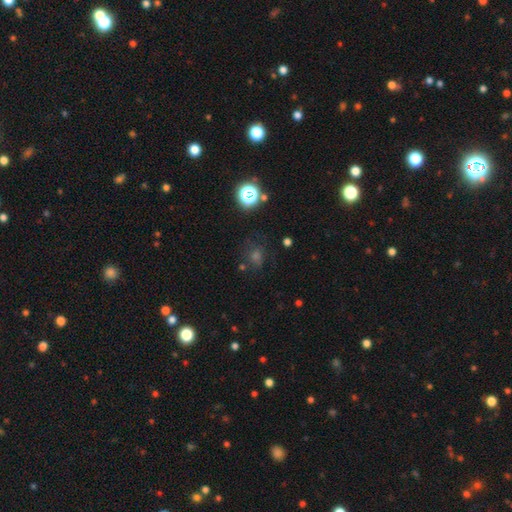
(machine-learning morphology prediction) smooth-or-featured: smooth: 44% | star or artifact: 43% | featured or disk: 13%
  merging: none: 75% | minor disturbance: 13% | major disturbance: 7% | merger: 4%